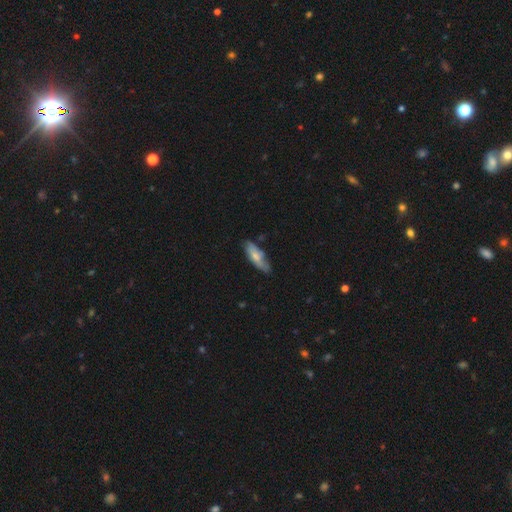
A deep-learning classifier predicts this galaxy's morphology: Q: Smooth or featured?
A: smooth (63%); runner-up: featured or disk (31%)
Q: How rounded?
A: in between (54%); runner-up: cigar-shaped (44%)
Q: Merging?
A: none (65%); runner-up: minor disturbance (27%)